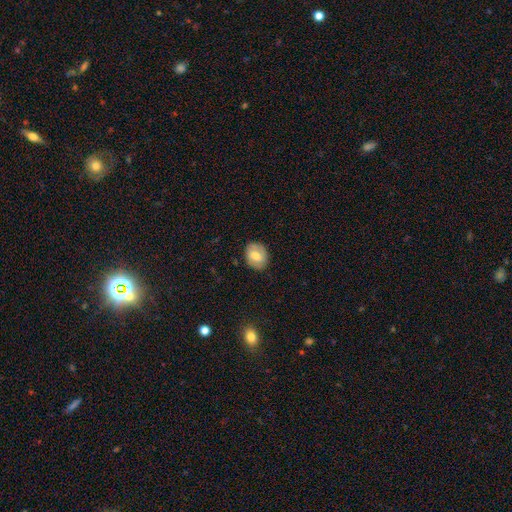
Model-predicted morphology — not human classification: Overall: smooth (62%; featured or disk 30%). How rounded: in between (55%; round 44%). Merging: none (82%).